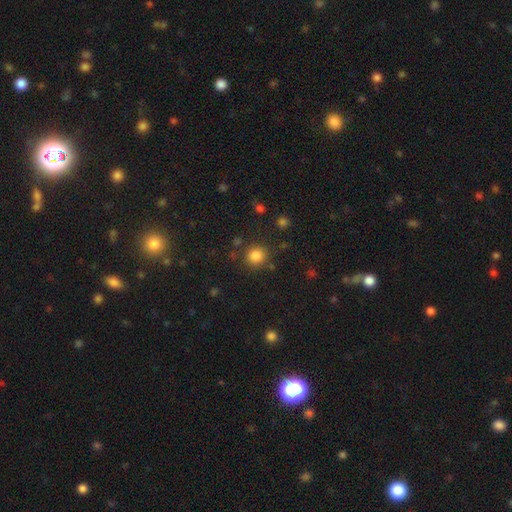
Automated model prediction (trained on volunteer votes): Smooth or featured? Predicted: smooth (p=0.84). How rounded? Predicted: round (p=0.88). Merging? Predicted: none (p=0.83).